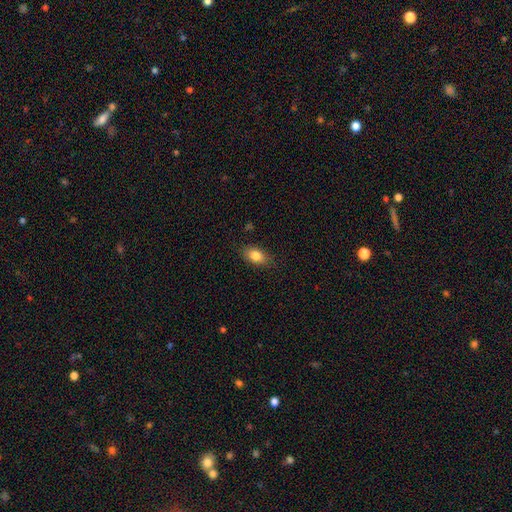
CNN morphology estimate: smooth_or_featured: smooth (p=0.82) [alt: featured or disk p=0.09]
how_rounded: in between (p=0.86) [alt: round p=0.11]
merging: none (p=0.83) [alt: minor disturbance p=0.13]